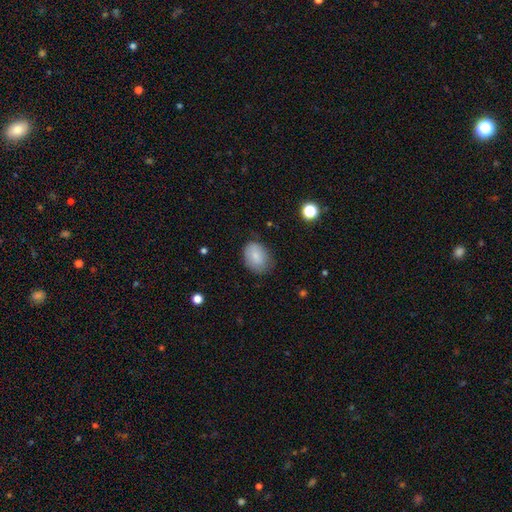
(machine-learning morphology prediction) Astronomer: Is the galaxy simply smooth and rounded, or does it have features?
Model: smooth — 81%.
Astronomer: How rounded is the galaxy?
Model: in between — 73%.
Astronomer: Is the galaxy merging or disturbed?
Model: none — 69%.